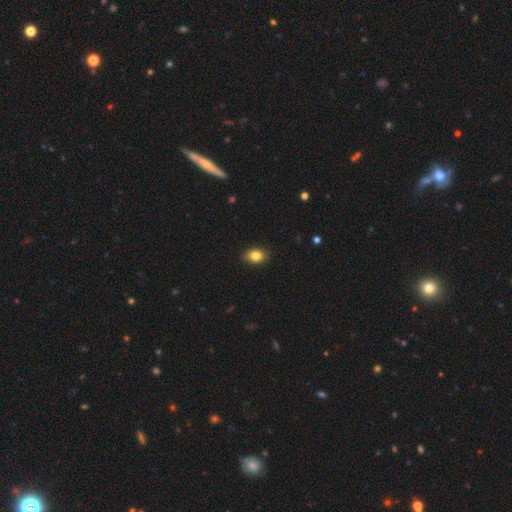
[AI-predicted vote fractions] Smooth or featured? smooth (84%)
How rounded? in between (75%)
Merging? none (88%)